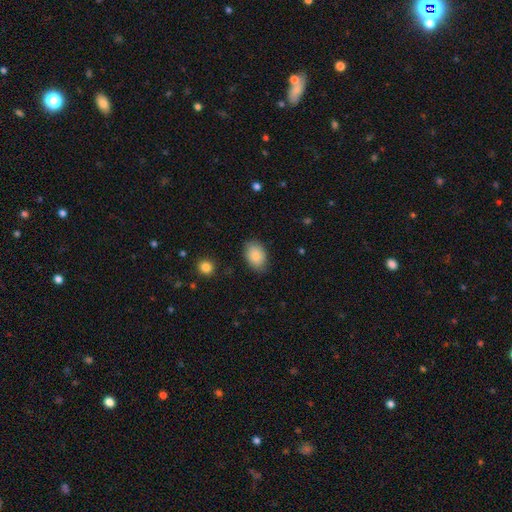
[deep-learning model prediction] Overall: smooth (85%). How rounded: in between (79%). Merging: none (81%).